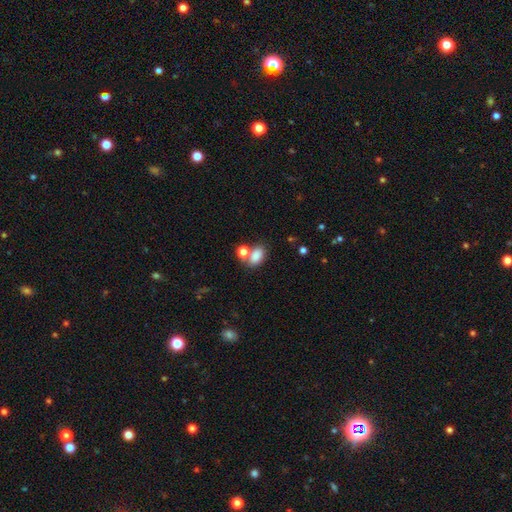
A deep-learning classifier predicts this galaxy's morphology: Smooth or featured? smooth (82%)
How rounded? in between (84%)
Merging? none (49%)